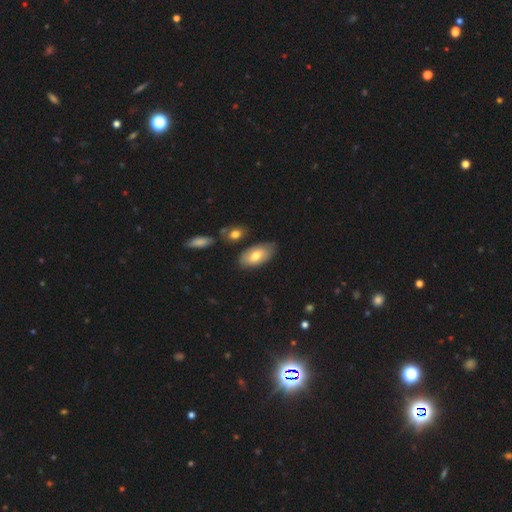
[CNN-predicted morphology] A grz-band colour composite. It shows a smooth galaxy with no disk features (71%) that is in between round and cigar-shaped (93%). Merging: none (77%).